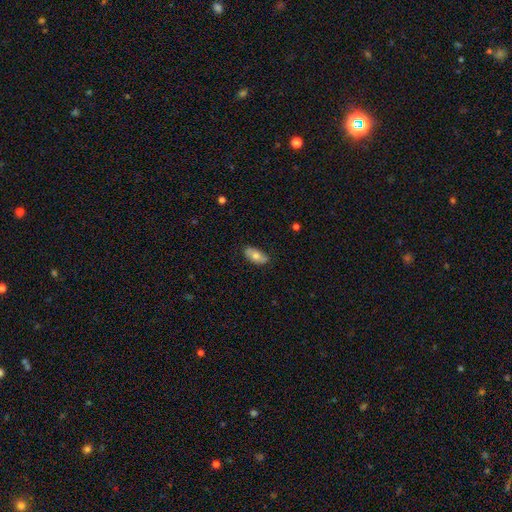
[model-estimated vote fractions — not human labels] Morphology: type=smooth (67%); roundness=in between (90%); merging=none (78%).